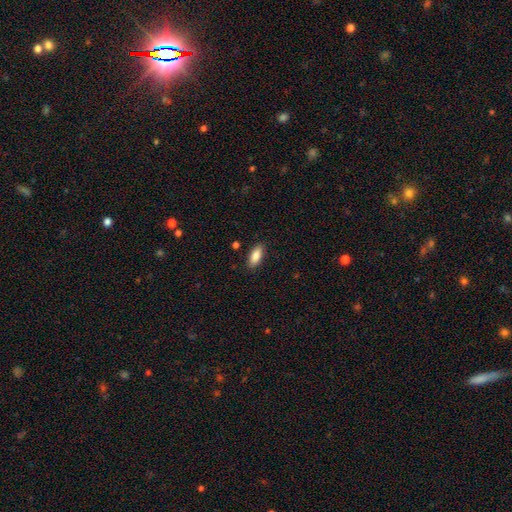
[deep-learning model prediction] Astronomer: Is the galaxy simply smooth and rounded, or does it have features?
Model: smooth — 86%.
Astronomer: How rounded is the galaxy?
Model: in between — 85%.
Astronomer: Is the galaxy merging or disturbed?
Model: none — 87%.